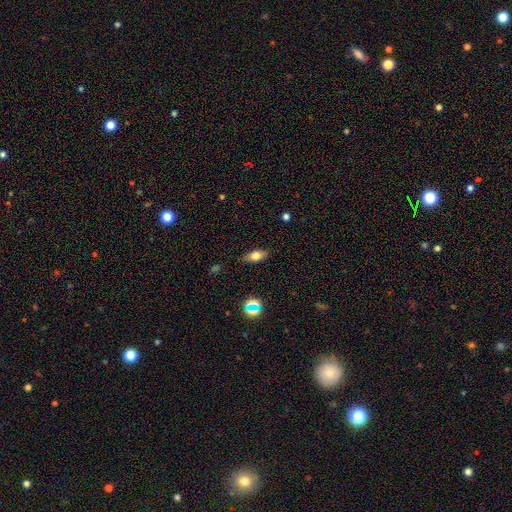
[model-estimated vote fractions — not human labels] The model was most divided on "smooth or featured": smooth: 72%, featured or disk: 17%, star or artifact: 11%. More confident: merging — none (84%); how rounded — in between (82%).